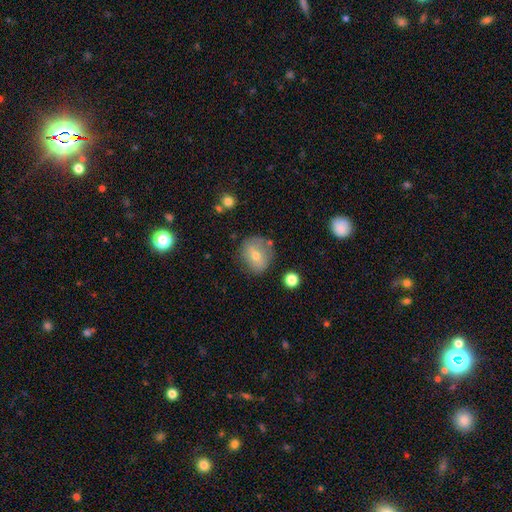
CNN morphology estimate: Smooth or featured? Predicted: smooth (p=0.60). How rounded? Predicted: round (p=0.71). Merging? Predicted: none (p=0.72).